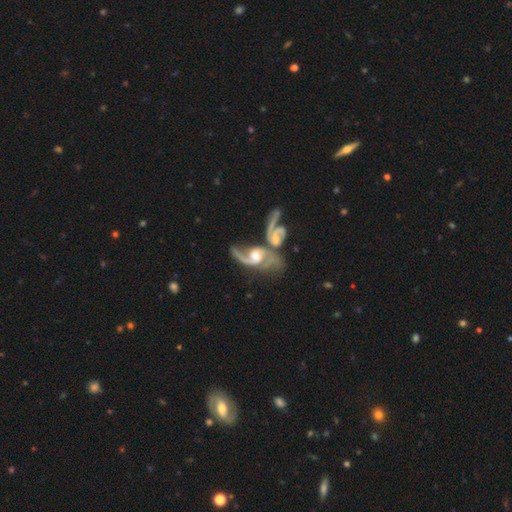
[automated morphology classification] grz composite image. It shows a featured or disk galaxy (89%) with no bar (47%), 2 (86%) loose (48%) spiral arms (97%) and a moderate central bulge (64%). Merging: merger (61%).